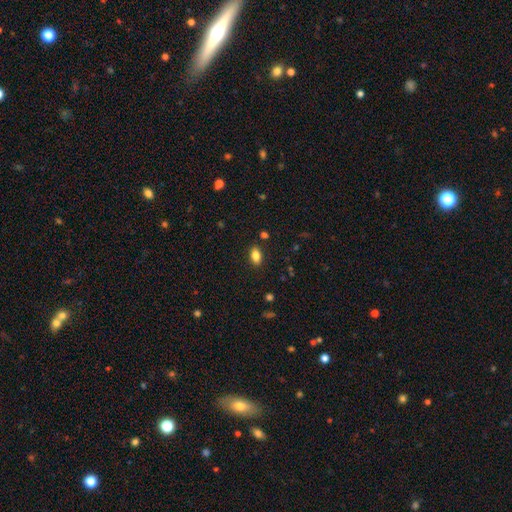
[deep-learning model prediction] Smooth or featured? smooth (83%)
How rounded? in between (89%)
Merging? none (87%)